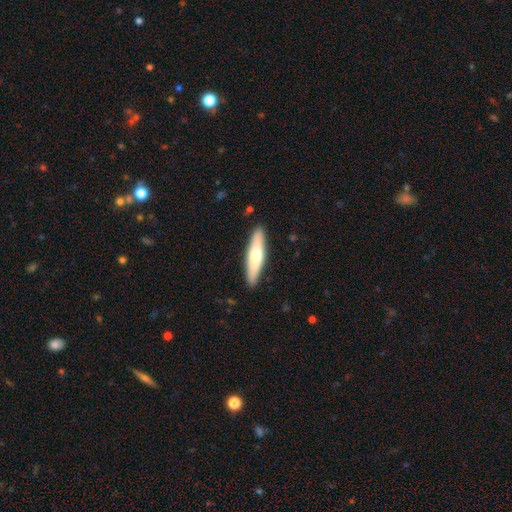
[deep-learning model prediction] smooth-or-featured: smooth: 63% | featured or disk: 32% | star or artifact: 5%
  how-rounded: cigar-shaped: 79% | in between: 20% | round: 1%
  merging: none: 89% | minor disturbance: 8% | major disturbance: 2% | merger: 1%